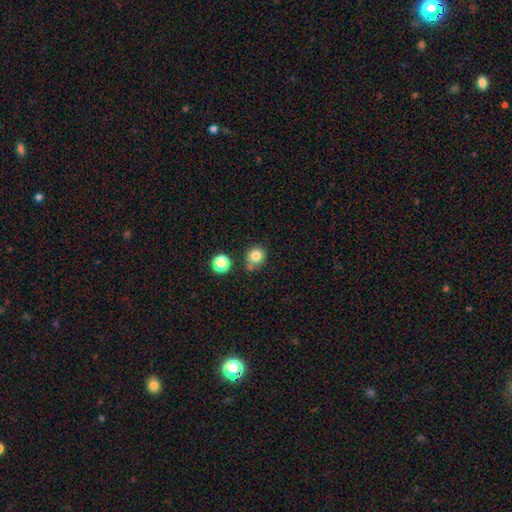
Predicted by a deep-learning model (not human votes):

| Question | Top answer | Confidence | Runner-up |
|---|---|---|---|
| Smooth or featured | smooth | 81% | star or artifact (12%) |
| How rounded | round | 82% | in between (17%) |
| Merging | none | 69% | minor disturbance (14%) |